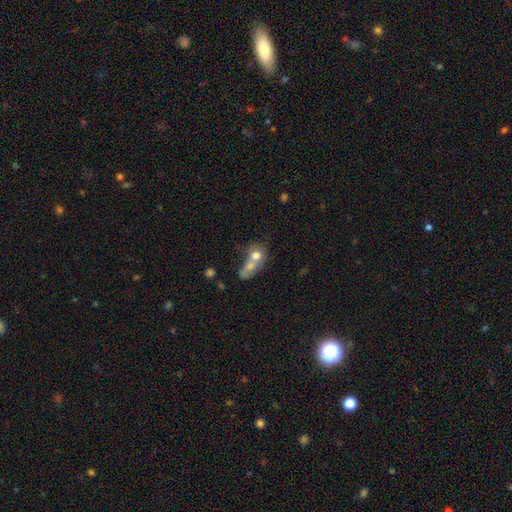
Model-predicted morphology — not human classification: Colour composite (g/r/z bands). It shows a smooth galaxy with no disk features (65%) that is round (53%). Merging: merger (71%).